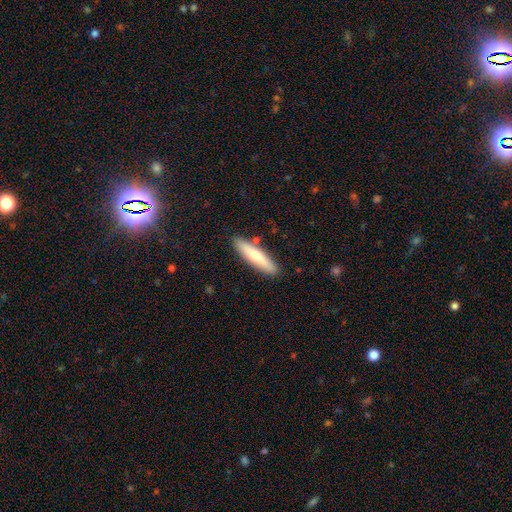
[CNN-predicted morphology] This is likely a smooth galaxy (66%). How rounded: likely cigar-shaped (79%). Merging: clearly none (86%).